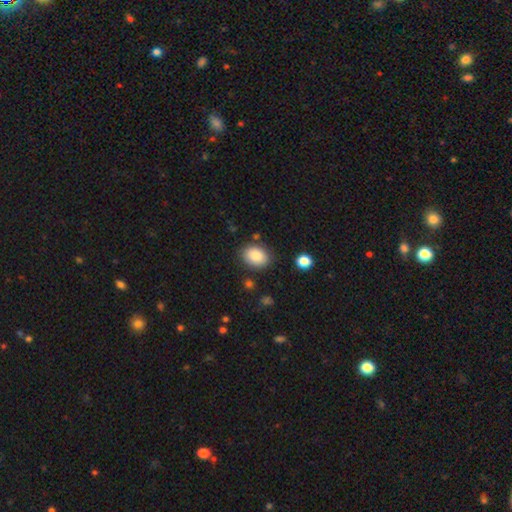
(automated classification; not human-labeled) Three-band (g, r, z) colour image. It shows a smooth galaxy with no disk features (86%) that is in between round and cigar-shaped (71%). Merging: none (81%).